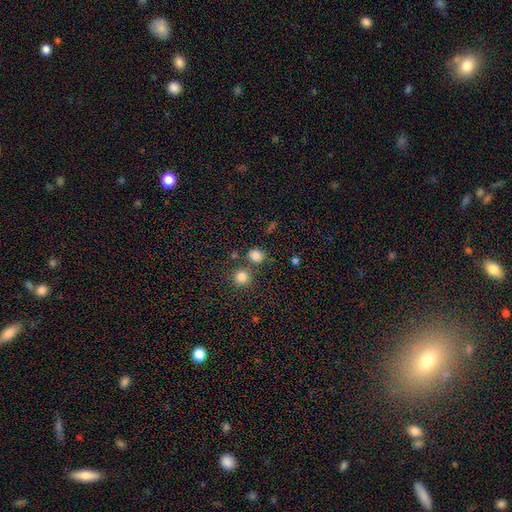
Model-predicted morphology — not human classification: Smooth or featured? smooth (81%)
How rounded? round (75%)
Merging? none (73%)